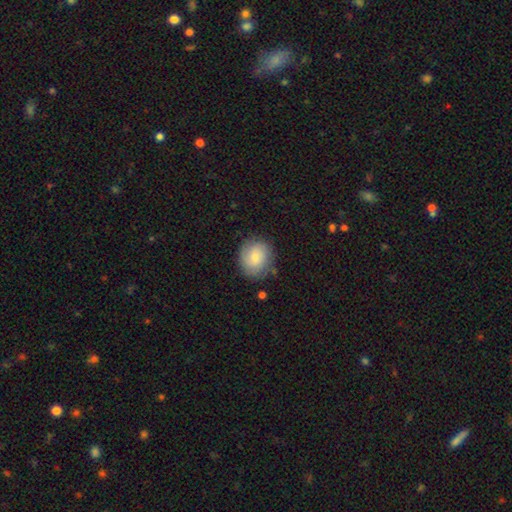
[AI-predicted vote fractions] This is likely a smooth galaxy (65%). How rounded: likely round (77%). Merging: likely none (77%).